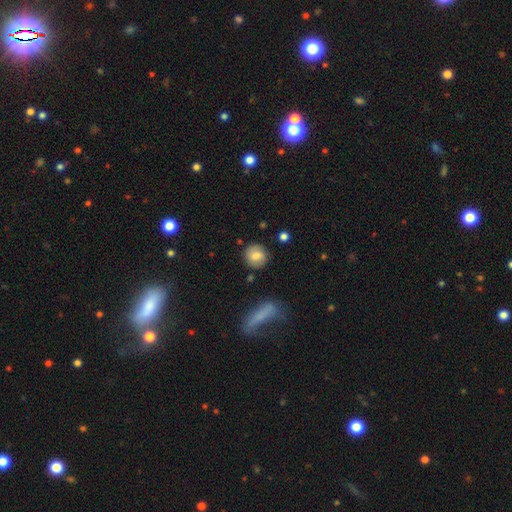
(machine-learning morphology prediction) smooth_or_featured: smooth (p=0.76) [alt: featured or disk p=0.16]
how_rounded: round (p=0.87) [alt: in between p=0.11]
merging: none (p=0.84) [alt: minor disturbance p=0.10]